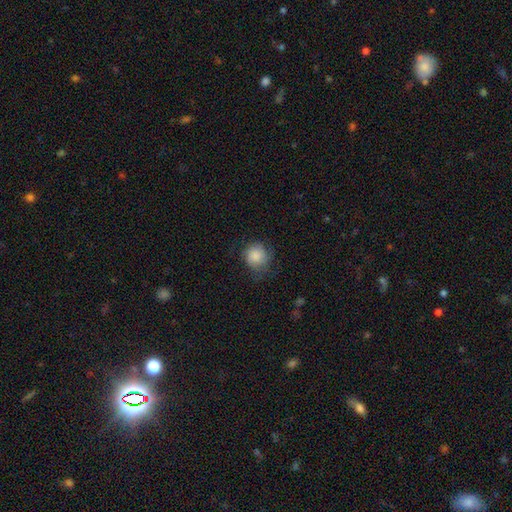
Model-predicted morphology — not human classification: Smooth or featured: smooth — 76% (featured or disk — 17%)
How rounded: round — 87% (in between — 12%)
Merging: none — 64% (minor disturbance — 24%)